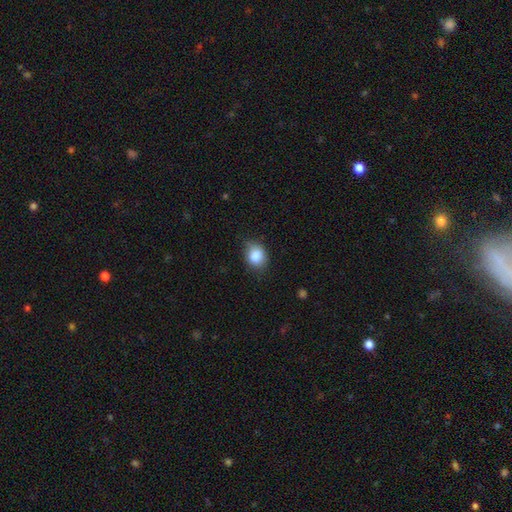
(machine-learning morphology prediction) This is clearly a smooth galaxy (86%). How rounded: possibly round (53%). Merging: likely none (70%).